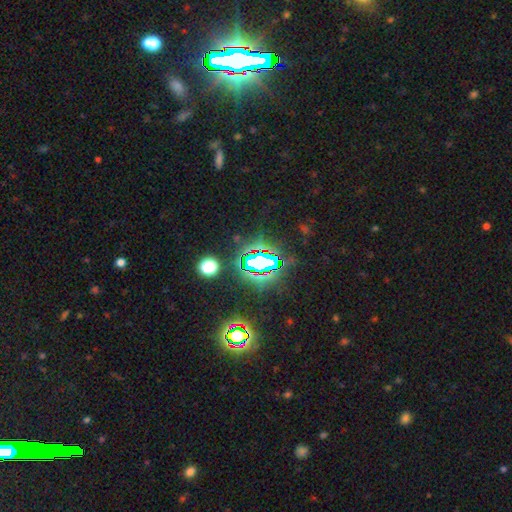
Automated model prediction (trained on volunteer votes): A star or artifact, not a galaxy (75%).